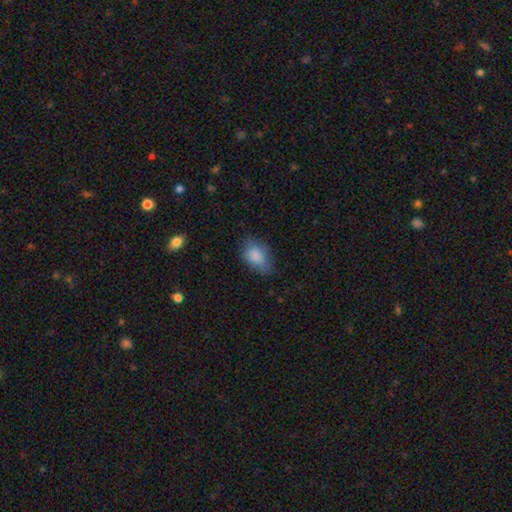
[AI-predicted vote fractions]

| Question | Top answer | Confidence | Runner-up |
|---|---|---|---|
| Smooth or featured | smooth | 85% | star or artifact (8%) |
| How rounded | in between | 83% | round (15%) |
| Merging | none | 64% | minor disturbance (26%) |